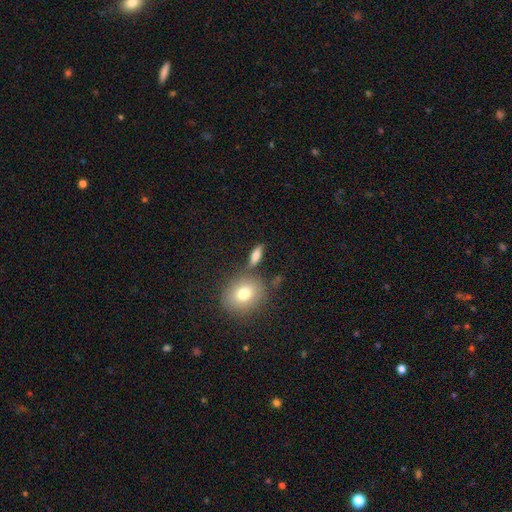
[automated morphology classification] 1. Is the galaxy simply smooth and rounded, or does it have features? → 72% smooth, 18% featured or disk, 9% star or artifact.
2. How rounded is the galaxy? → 58% in between, 31% cigar-shaped, 12% round.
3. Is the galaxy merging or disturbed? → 70% none, 13% minor disturbance, 11% merger, 5% major disturbance.